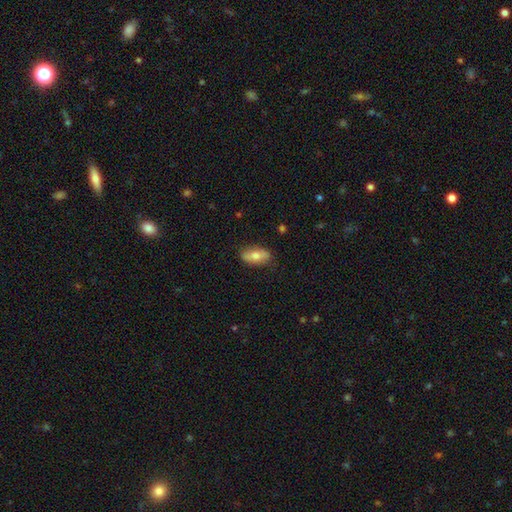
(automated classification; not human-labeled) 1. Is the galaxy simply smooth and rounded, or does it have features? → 67% smooth, 27% featured or disk, 6% star or artifact.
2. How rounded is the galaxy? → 82% in between, 13% cigar-shaped, 5% round.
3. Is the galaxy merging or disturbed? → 83% none, 13% minor disturbance, 3% major disturbance, 1% merger.